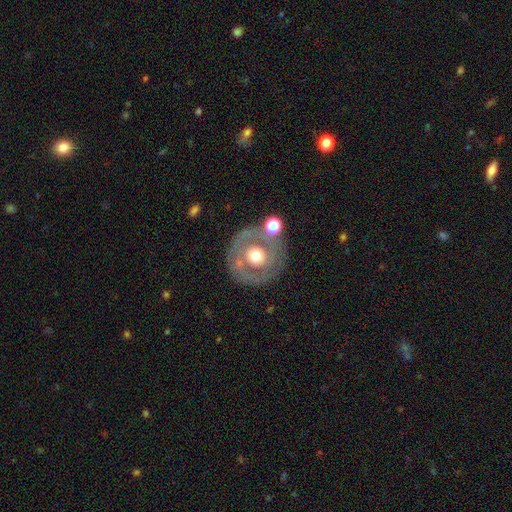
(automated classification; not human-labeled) Smooth or featured?
  - featured or disk: 56% *
  - smooth: 37%
  - star or artifact: 7%
Edge-on disk?
  - no: 96% *
  - yes: 4%
Bar?
  - no: 88% *
  - weak: 9%
  - strong: 3%
Spiral arms?
  - no: 75% *
  - yes: 25%
Bulge size?
  - moderate: 64% *
  - large: 26%
  - small: 6%
  - dominant: 2%
  - none: 1%
Merging?
  - none: 72% *
  - minor disturbance: 13%
  - merger: 7%
  - major disturbance: 7%